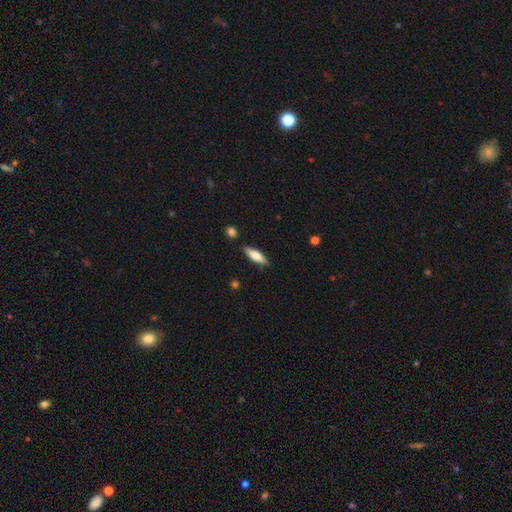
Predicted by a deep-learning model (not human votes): Smooth or featured: smooth — 65% (featured or disk — 30%)
How rounded: cigar-shaped — 59% (in between — 40%)
Merging: none — 86% (minor disturbance — 10%)